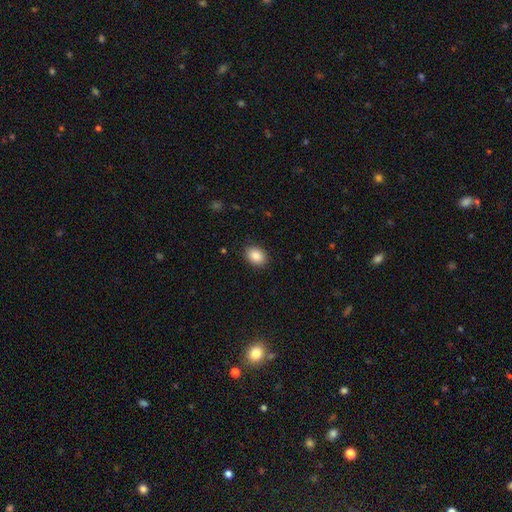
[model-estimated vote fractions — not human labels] smooth 87%, star or artifact 8%, featured or disk 5%. Down the decision tree: how rounded — in between (65%); merging — none (90%).